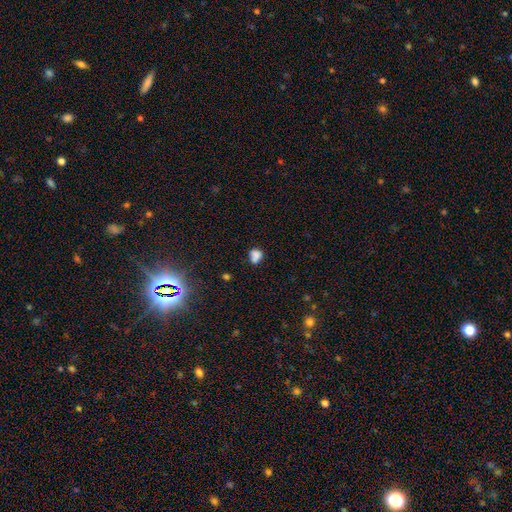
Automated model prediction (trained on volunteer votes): smooth-or-featured: smooth: 76% | star or artifact: 14% | featured or disk: 9%
  how-rounded: round: 50% | in between: 49% | cigar-shaped: 1%
  merging: none: 49% | minor disturbance: 25% | merger: 17% | major disturbance: 9%